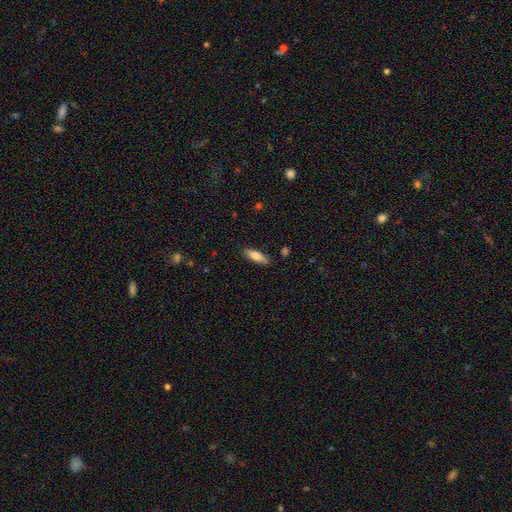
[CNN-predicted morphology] smooth 78%, featured or disk 16%, star or artifact 6%. Down the decision tree: how rounded — in between (57%); merging — none (85%).